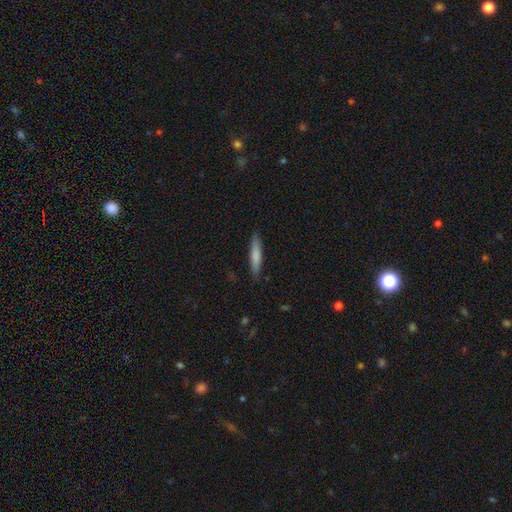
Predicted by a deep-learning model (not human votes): Smooth or featured: smooth — 75% (featured or disk — 19%)
How rounded: cigar-shaped — 89% (in between — 10%)
Merging: none — 87% (minor disturbance — 10%)